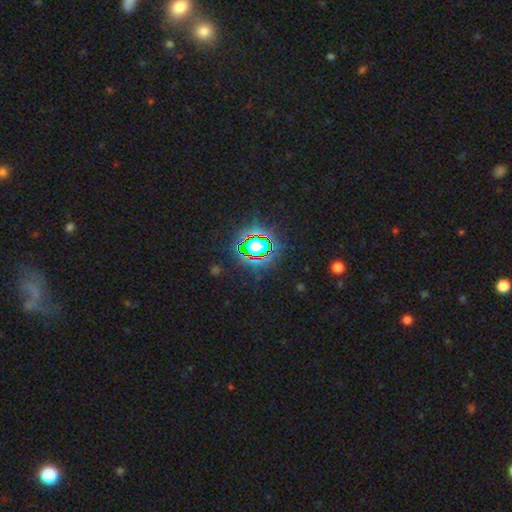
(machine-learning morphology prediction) The model was most divided on "smooth or featured": star or artifact: 73%, smooth: 17%, featured or disk: 10%.